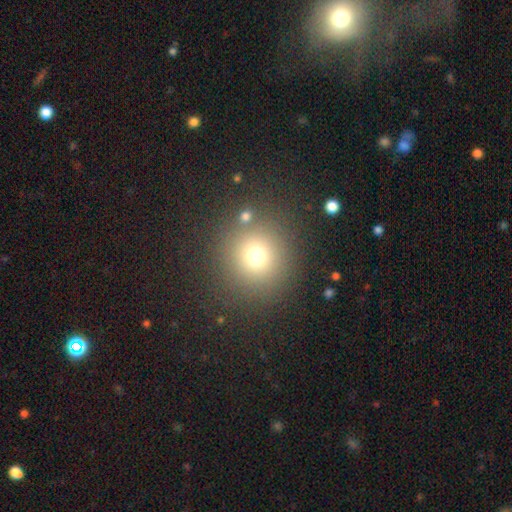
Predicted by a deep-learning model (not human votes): Smooth or featured? smooth (72%)
How rounded? round (94%)
Merging? none (84%)